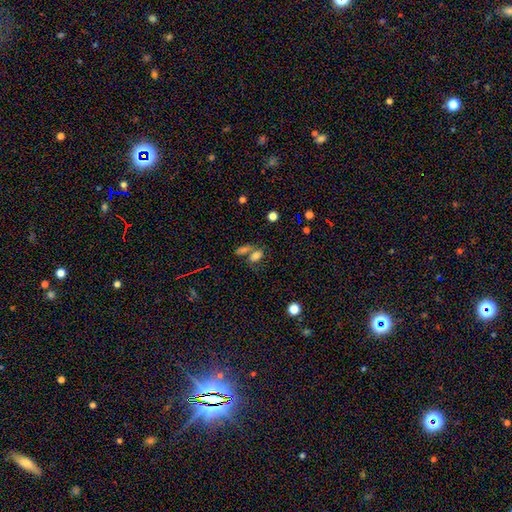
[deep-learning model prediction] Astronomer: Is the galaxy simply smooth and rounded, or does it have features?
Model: smooth — 72%.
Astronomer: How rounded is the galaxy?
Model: in between — 83%.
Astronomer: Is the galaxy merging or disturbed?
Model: none — 43% (runner-up: merger, 37%).